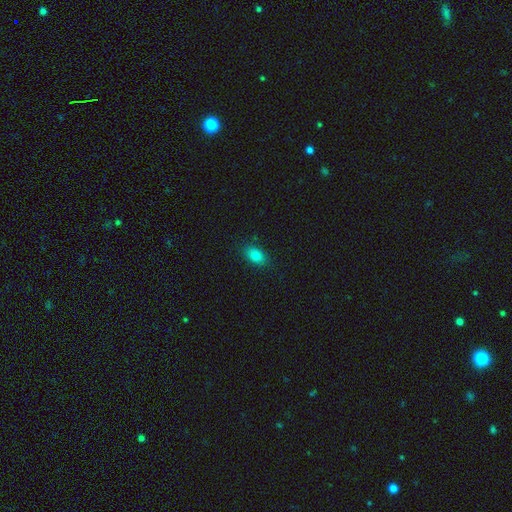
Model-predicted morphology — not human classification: This appears to be a smooth galaxy with no disk features (80%) that is in between round and cigar-shaped (84%). Merging: none (86%).